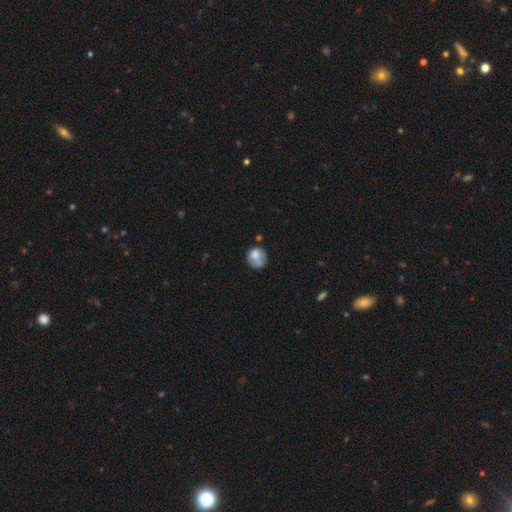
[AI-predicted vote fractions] Q: Smooth or featured?
A: smooth (68%); runner-up: featured or disk (23%)
Q: How rounded?
A: round (76%); runner-up: in between (23%)
Q: Merging?
A: none (49%); runner-up: minor disturbance (27%)